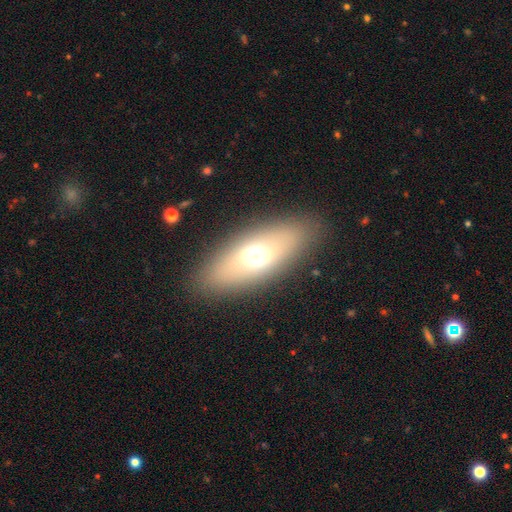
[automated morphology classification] This is likely a smooth galaxy (61%). How rounded: likely in between (75%). Merging: clearly none (86%).